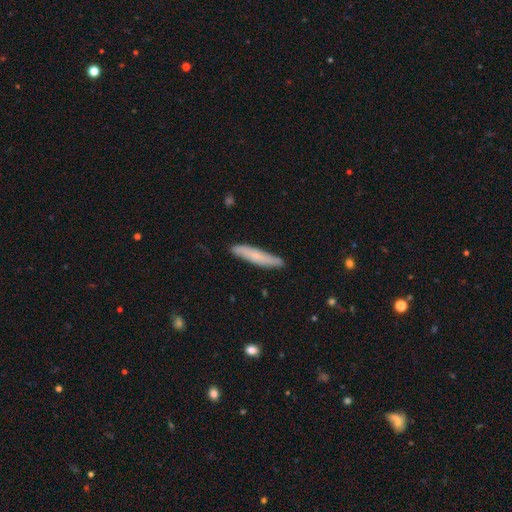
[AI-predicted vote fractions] Smooth or featured?
  - smooth: 64% *
  - featured or disk: 30%
  - star or artifact: 6%
How rounded?
  - cigar-shaped: 92% *
  - in between: 7%
  - round: 1%
Merging?
  - none: 86% *
  - minor disturbance: 11%
  - major disturbance: 2%
  - merger: 1%